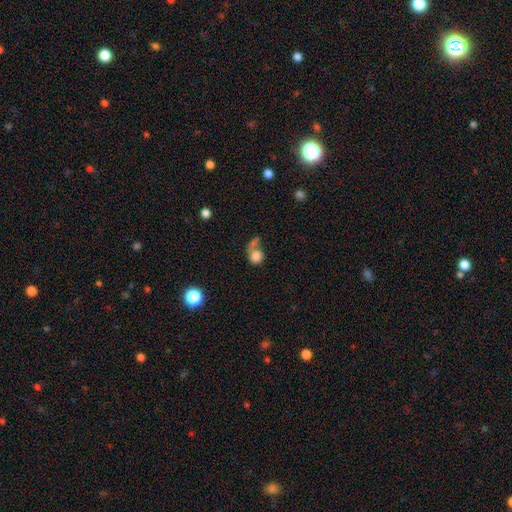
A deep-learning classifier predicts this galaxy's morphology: This appears to be a smooth galaxy with no disk features (73%) that is round (72%). Merging: merger (34%).